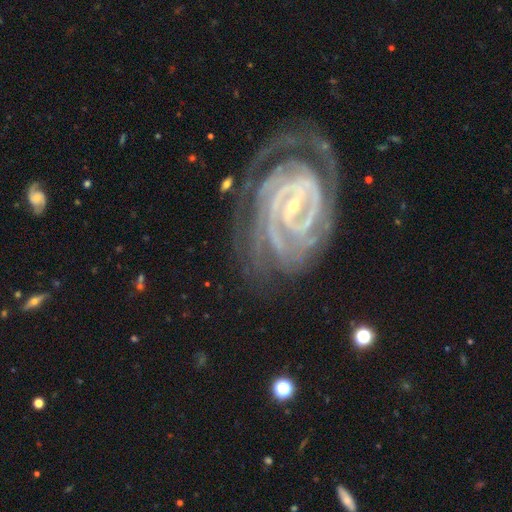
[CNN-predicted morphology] The model was most divided on "bar": strong: 40%, weak: 37%, no: 22%. Remaining: spiral arms — yes (98%); edge-on disk — no (97%); smooth or featured — featured or disk (89%); spiral winding — tight (80%); bulge size — small (76%); merging — none (67%); spiral arm count — 2 (31%).